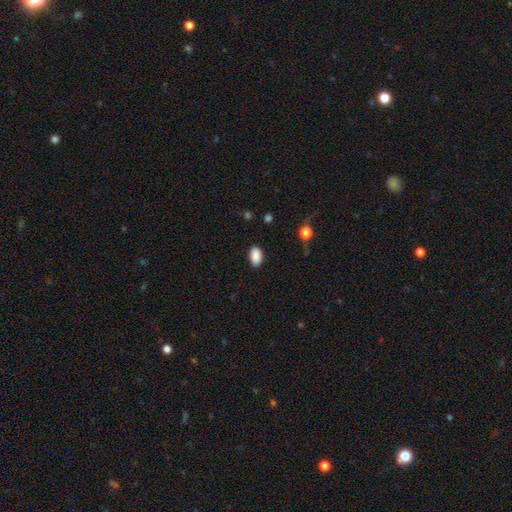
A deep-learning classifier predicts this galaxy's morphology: smooth-or-featured: smooth: 89% | star or artifact: 8% | featured or disk: 3%
  how-rounded: in between: 93% | round: 6% | cigar-shaped: 2%
  merging: none: 84% | minor disturbance: 12% | major disturbance: 3% | merger: 1%